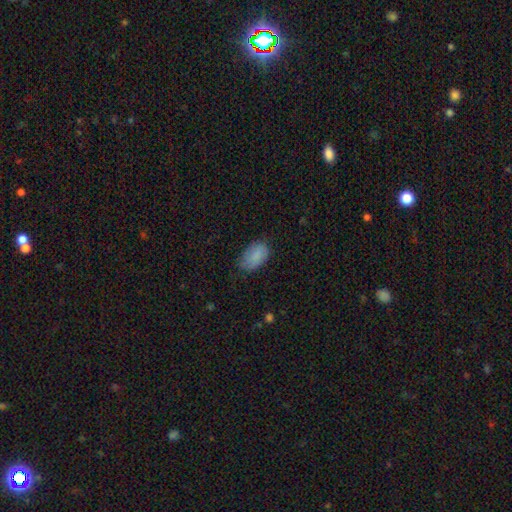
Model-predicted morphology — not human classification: Smooth or featured? smooth (85%)
How rounded? in between (92%)
Merging? none (66%)